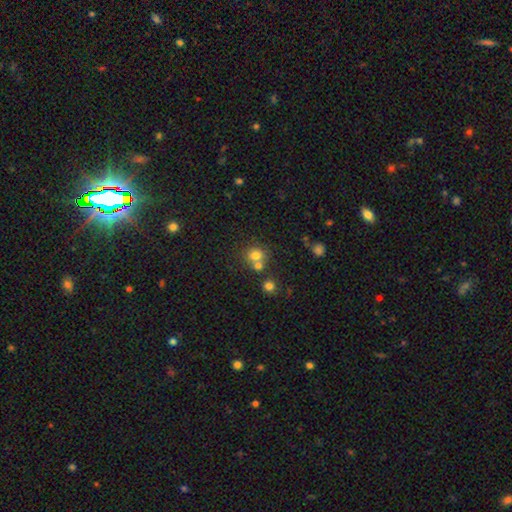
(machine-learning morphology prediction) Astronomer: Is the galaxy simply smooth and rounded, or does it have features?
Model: smooth — 74%.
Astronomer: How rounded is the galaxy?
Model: round — 82%.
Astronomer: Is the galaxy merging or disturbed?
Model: none — 53% (runner-up: merger, 34%).